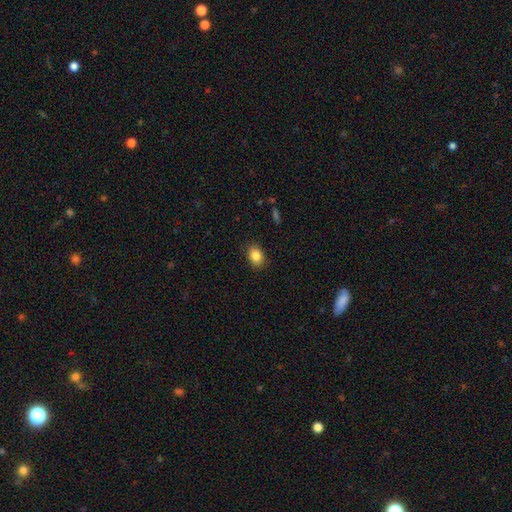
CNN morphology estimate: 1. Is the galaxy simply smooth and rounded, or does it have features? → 86% smooth, 9% star or artifact, 5% featured or disk.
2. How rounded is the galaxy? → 66% in between, 33% round, 1% cigar-shaped.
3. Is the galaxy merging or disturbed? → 87% none, 9% minor disturbance, 2% major disturbance, 1% merger.